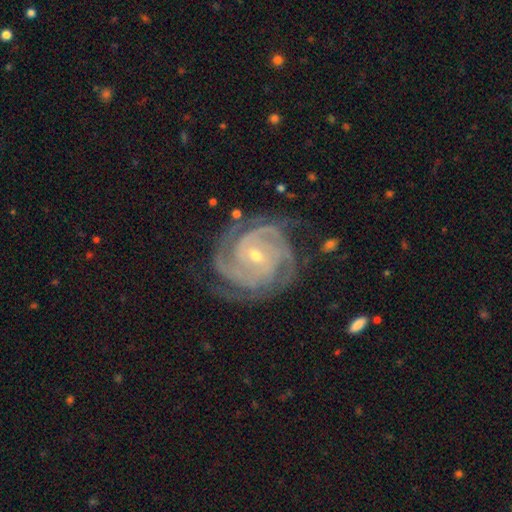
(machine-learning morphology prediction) Q: Smooth or featured?
A: featured or disk (92%); runner-up: star or artifact (5%)
Q: Edge-on disk?
A: no (98%); runner-up: yes (2%)
Q: Bar?
A: no (54%); runner-up: weak (31%)
Q: Spiral arms?
A: yes (98%); runner-up: no (2%)
Q: Spiral winding?
A: tight (75%); runner-up: medium (23%)
Q: Spiral arm count?
A: 3 (42%); runner-up: 4 (24%)
Q: Bulge size?
A: small (68%); runner-up: moderate (29%)
Q: Merging?
A: none (74%); runner-up: minor disturbance (17%)